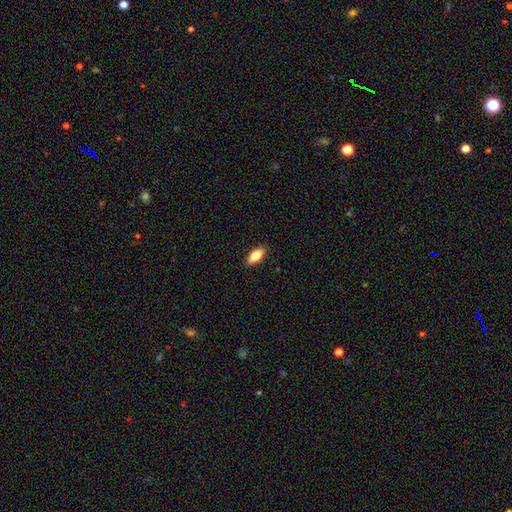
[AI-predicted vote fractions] Smooth or featured? Predicted: smooth (p=0.83). How rounded? Predicted: in between (p=0.86). Merging? Predicted: none (p=0.89).